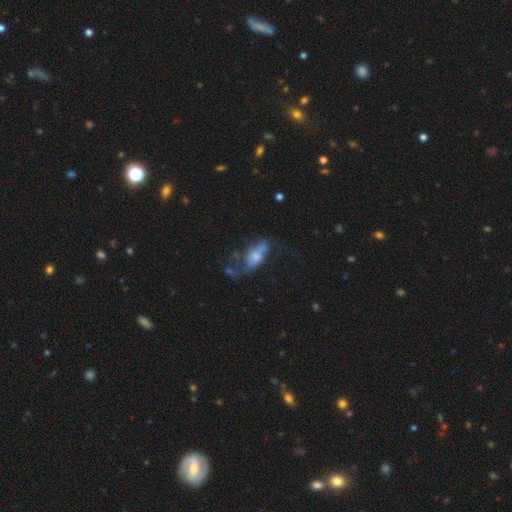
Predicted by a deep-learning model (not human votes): Overall: featured or disk (52%; smooth 38%). Edge-on disk: no (84%). Merging: major disturbance (39%; none 30%).